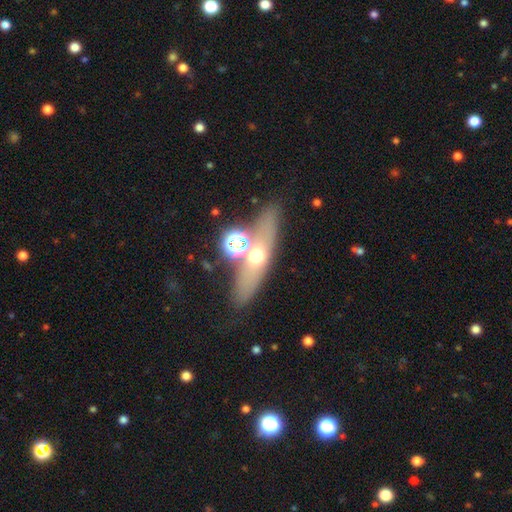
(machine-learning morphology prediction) Q: Smooth or featured?
A: featured or disk (44%); runner-up: smooth (42%)
Q: Merging?
A: none (65%); runner-up: merger (19%)